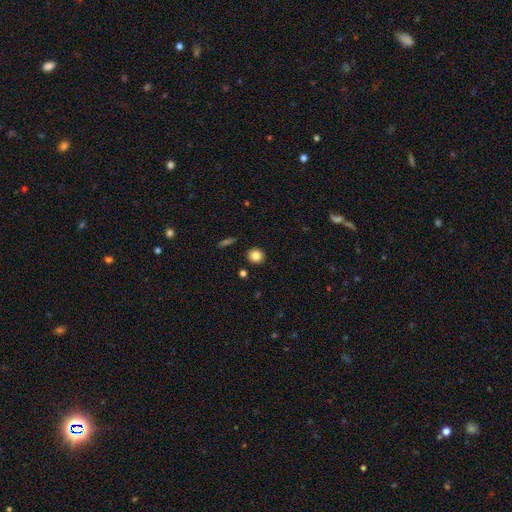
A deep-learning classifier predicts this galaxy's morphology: smooth-or-featured: smooth: 83% | star or artifact: 10% | featured or disk: 7%
  how-rounded: round: 86% | in between: 13% | cigar-shaped: 1%
  merging: none: 90% | minor disturbance: 6% | merger: 2% | major disturbance: 2%